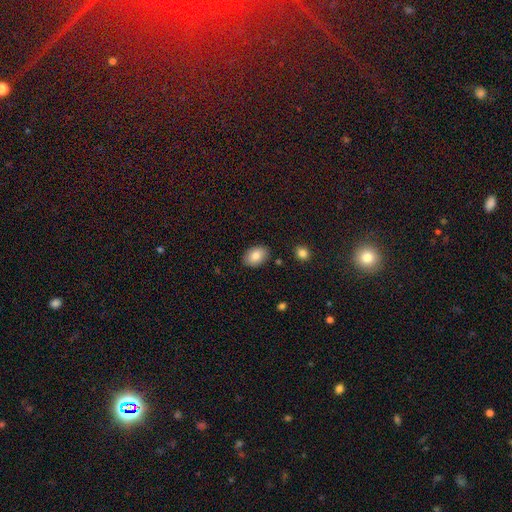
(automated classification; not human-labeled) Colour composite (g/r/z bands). It shows a smooth galaxy with no disk features (84%) that is in between round and cigar-shaped (86%). Merging: none (87%).